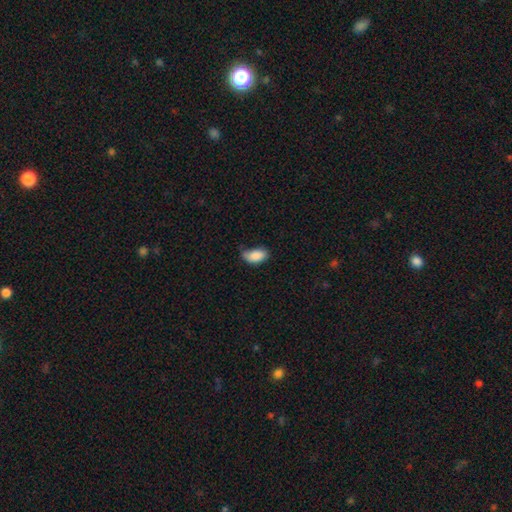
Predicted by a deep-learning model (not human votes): This appears to be a smooth galaxy with no disk features (87%) that is in between round and cigar-shaped (93%). Merging: none (49%).